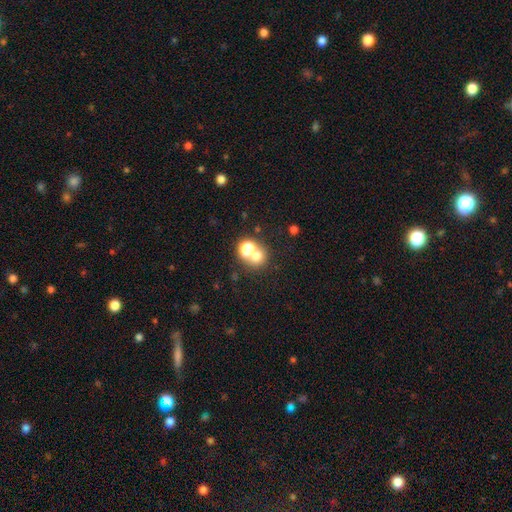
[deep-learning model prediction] This is likely a smooth galaxy (67%). How rounded: likely round (78%). Merging: possibly merger (47%).